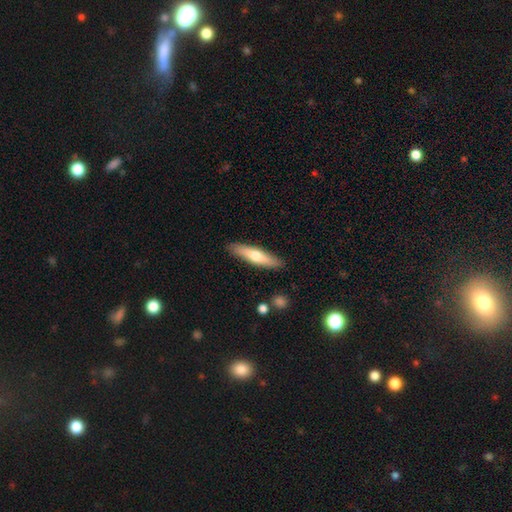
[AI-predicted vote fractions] The model was most divided on "smooth or featured": smooth: 56%, featured or disk: 38%, star or artifact: 5%. More confident: merging — none (89%); how rounded — cigar-shaped (80%).